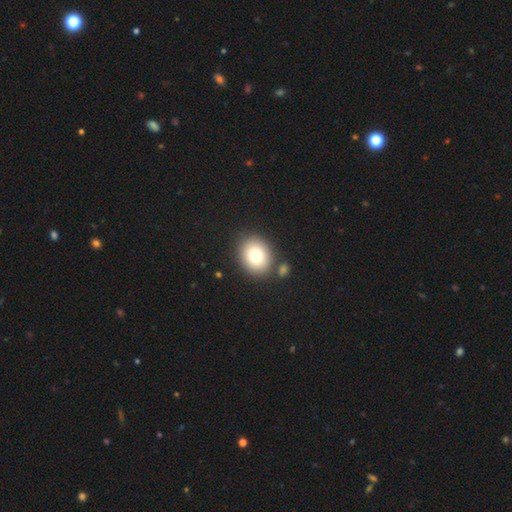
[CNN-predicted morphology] Smooth or featured?
  - smooth: 77% *
  - featured or disk: 12%
  - star or artifact: 11%
How rounded?
  - round: 65% *
  - in between: 34%
  - cigar-shaped: 1%
Merging?
  - none: 81% *
  - minor disturbance: 8%
  - merger: 8%
  - major disturbance: 3%